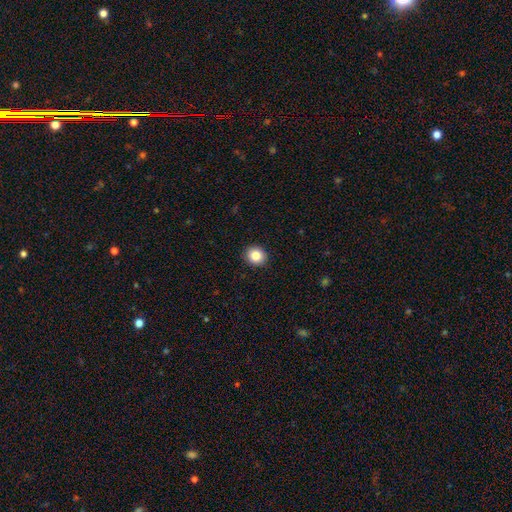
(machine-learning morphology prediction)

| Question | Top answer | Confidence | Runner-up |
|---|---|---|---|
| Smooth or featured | smooth | 85% | star or artifact (10%) |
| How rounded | round | 78% | in between (21%) |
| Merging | none | 92% | minor disturbance (5%) |